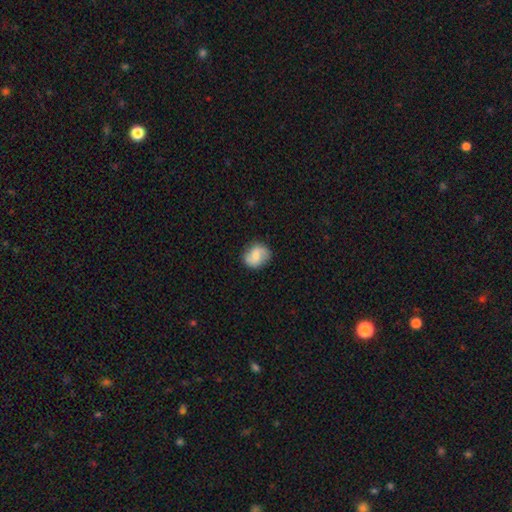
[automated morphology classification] The model was most divided on "smooth or featured": smooth: 59%, featured or disk: 33%, star or artifact: 8%. More confident: merging — none (81%); how rounded — round (71%).